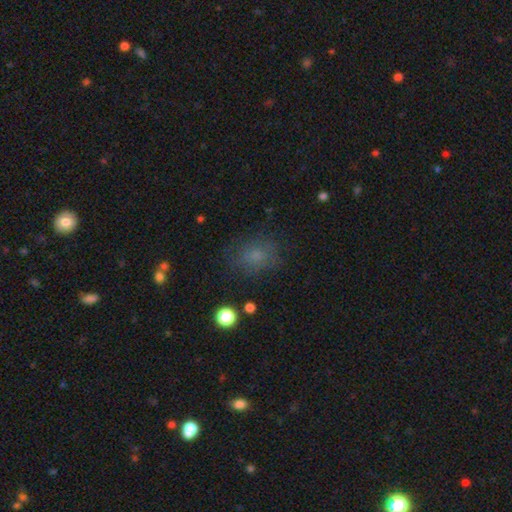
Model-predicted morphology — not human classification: The model was most divided on "how rounded": in between: 52%, round: 47%, cigar-shaped: 1%. More confident: merging — none (73%); smooth or featured — smooth (70%).